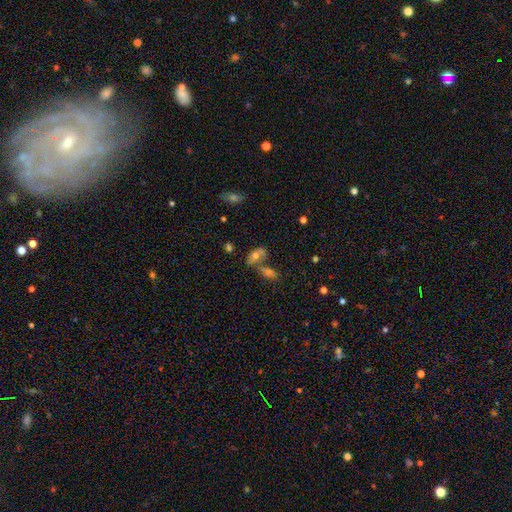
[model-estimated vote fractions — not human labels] This appears to be a smooth galaxy with no disk features (59%) that is in between round and cigar-shaped (80%). Merging: none (43%).